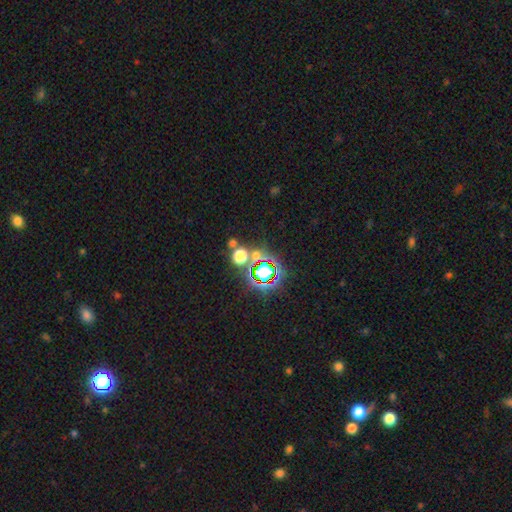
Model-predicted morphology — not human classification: A star or artifact, not a galaxy (55%).